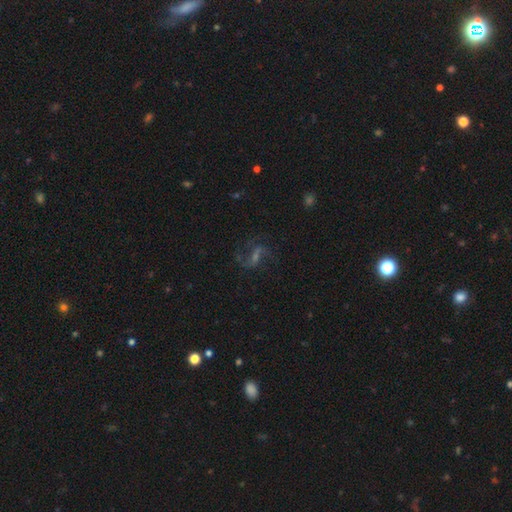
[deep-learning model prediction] Smooth or featured? featured or disk (66%)
Edge-on disk? no (94%)
Bar? weak (44%)
Spiral arms? yes (88%)
Spiral winding? loose (61%)
Spiral arm count? 2 (83%)
Bulge size? small (42%)
Merging? none (68%)